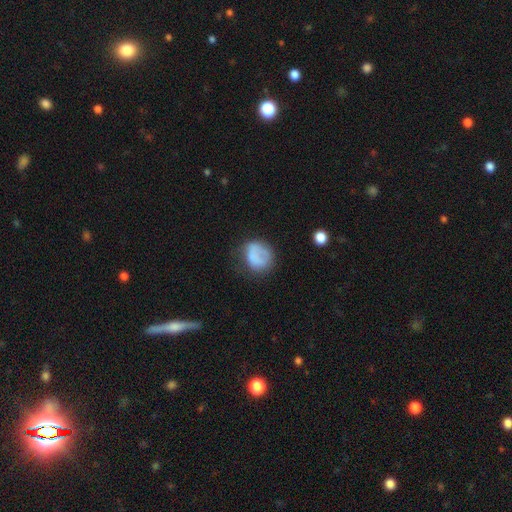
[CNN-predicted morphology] Smooth or featured?
  - smooth: 74% *
  - featured or disk: 17%
  - star or artifact: 9%
How rounded?
  - round: 71% *
  - in between: 28%
  - cigar-shaped: 1%
Merging?
  - none: 49% *
  - minor disturbance: 28%
  - major disturbance: 20%
  - merger: 3%